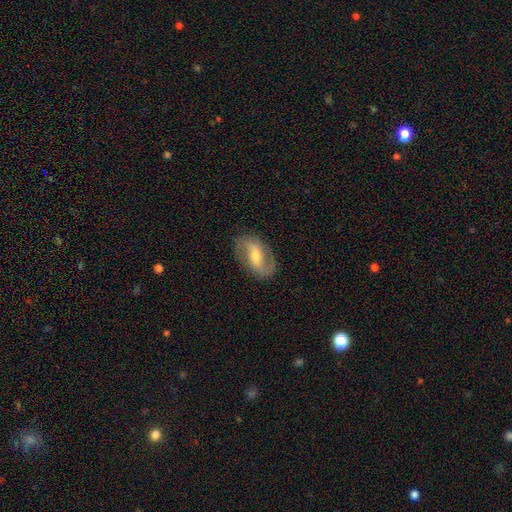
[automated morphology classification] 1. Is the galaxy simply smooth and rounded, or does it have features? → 77% featured or disk, 17% smooth, 6% star or artifact.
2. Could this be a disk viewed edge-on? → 96% no, 4% yes.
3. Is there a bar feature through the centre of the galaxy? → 43% weak, 35% strong, 22% no.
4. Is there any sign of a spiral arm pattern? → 91% yes, 9% no.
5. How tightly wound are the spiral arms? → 44% medium, 37% loose, 19% tight.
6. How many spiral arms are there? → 89% 2, 5% can't tell, 3% 1, 1% 3, 1% 4, 1% more than 4.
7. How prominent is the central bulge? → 50% moderate, 42% small, 4% large, 2% none, 1% dominant.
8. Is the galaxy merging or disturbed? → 83% none, 12% minor disturbance, 4% major disturbance, 1% merger.